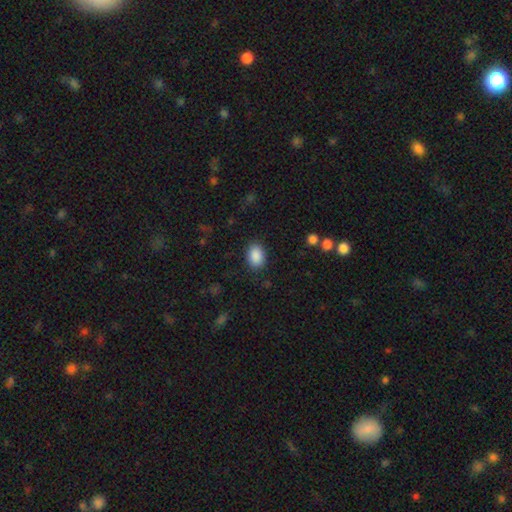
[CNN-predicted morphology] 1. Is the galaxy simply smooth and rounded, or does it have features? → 89% smooth, 8% star or artifact, 4% featured or disk.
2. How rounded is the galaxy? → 81% in between, 17% round, 1% cigar-shaped.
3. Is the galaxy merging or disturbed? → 87% none, 9% minor disturbance, 3% major disturbance, 1% merger.